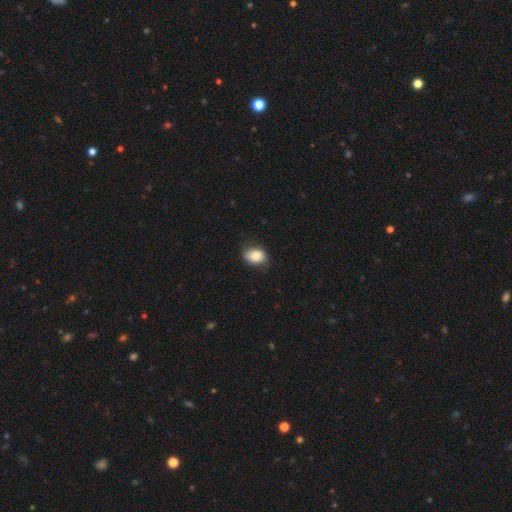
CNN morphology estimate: smooth_or_featured: smooth (p=0.78) [alt: featured or disk p=0.14]
how_rounded: in between (p=0.63) [alt: round p=0.36]
merging: none (p=0.73) [alt: minor disturbance p=0.21]